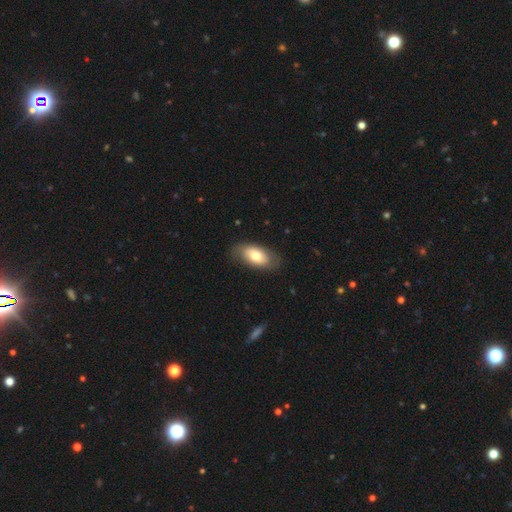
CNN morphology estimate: smooth 70%, featured or disk 24%, star or artifact 6%. Down the decision tree: how rounded — in between (92%); merging — none (79%).